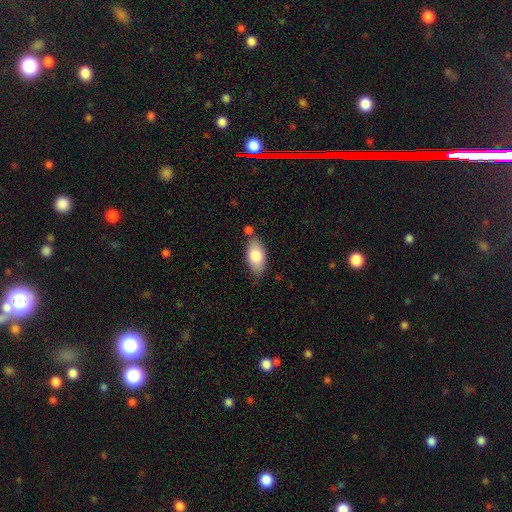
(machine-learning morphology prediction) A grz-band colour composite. It shows a smooth galaxy with no disk features (80%) that is in between round and cigar-shaped (93%). Merging: none (70%).